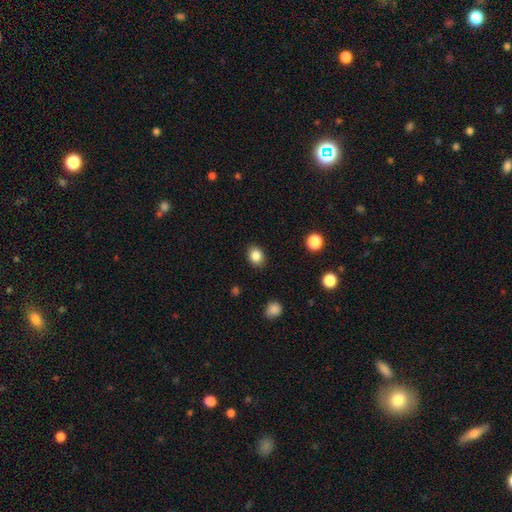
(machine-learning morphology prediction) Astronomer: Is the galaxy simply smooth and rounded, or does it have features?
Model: smooth — 85%.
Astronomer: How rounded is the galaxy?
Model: round — 50% (runner-up: in between, 49%).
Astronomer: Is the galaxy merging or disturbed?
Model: none — 88%.